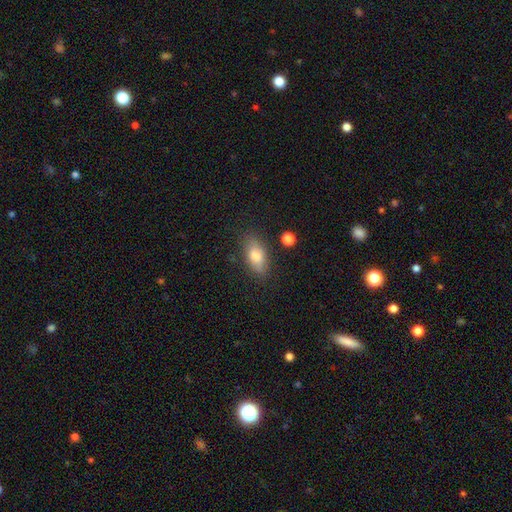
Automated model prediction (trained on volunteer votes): Overall: smooth (75%). How rounded: in between (84%). Merging: none (81%).